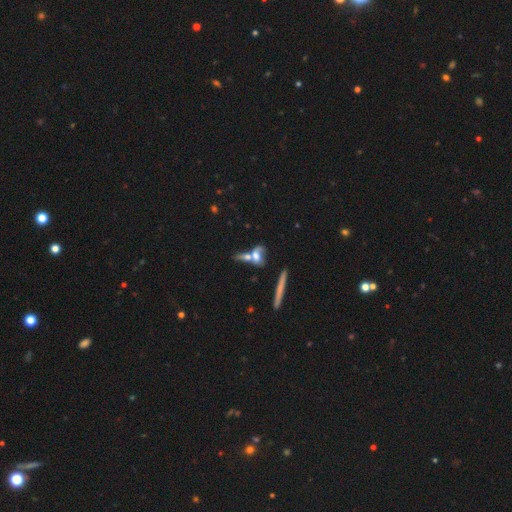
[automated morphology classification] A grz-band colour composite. It shows a smooth galaxy with no disk features (47%). Merging: merger (47%).